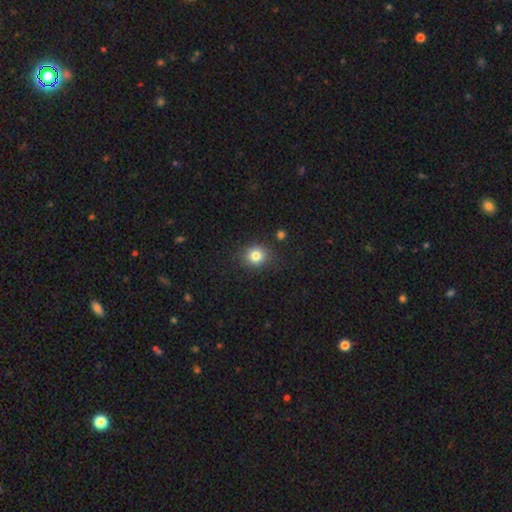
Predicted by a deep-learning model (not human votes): Smooth or featured: smooth — 82% (star or artifact — 12%)
How rounded: round — 85% (in between — 14%)
Merging: none — 87% (minor disturbance — 8%)